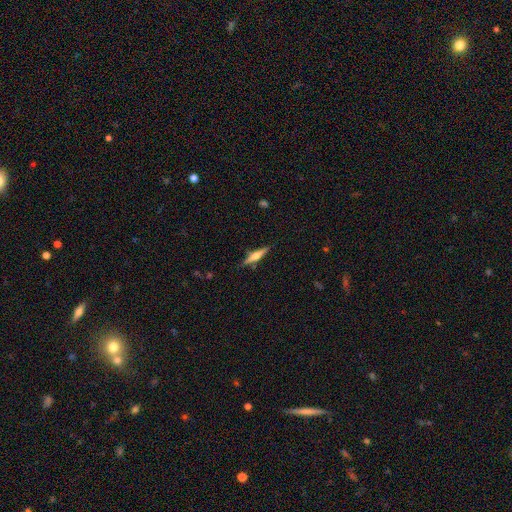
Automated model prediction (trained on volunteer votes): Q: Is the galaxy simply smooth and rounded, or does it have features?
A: featured or disk — 66%.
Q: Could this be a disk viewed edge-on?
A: yes — 97%.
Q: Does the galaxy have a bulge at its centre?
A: rounded — 90%.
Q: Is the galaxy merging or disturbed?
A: none — 87%.